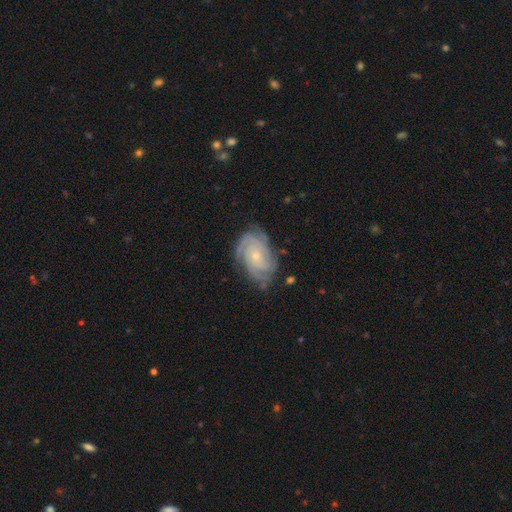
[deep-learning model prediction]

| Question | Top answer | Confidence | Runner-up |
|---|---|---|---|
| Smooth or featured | featured or disk | 84% | smooth (10%) |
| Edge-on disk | no | 97% | yes (3%) |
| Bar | no | 75% | weak (21%) |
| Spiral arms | yes | 97% | no (3%) |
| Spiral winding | tight | 70% | medium (25%) |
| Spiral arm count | can't tell | 26% | 3 (23%) |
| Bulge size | small | 71% | moderate (24%) |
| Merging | none | 74% | minor disturbance (19%) |